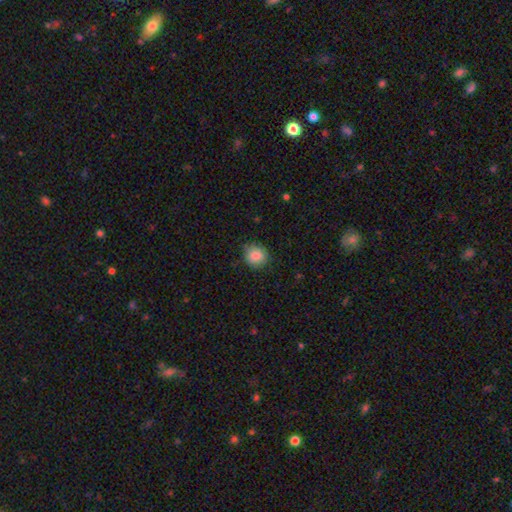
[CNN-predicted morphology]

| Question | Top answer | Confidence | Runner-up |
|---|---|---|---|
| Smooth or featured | smooth | 87% | star or artifact (8%) |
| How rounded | round | 87% | in between (13%) |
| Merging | none | 82% | minor disturbance (14%) |